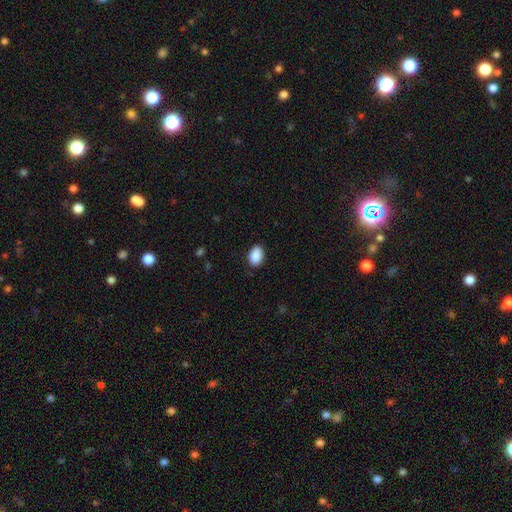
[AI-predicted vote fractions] Morphology: type=smooth (90%); roundness=in between (87%); merging=none (86%).